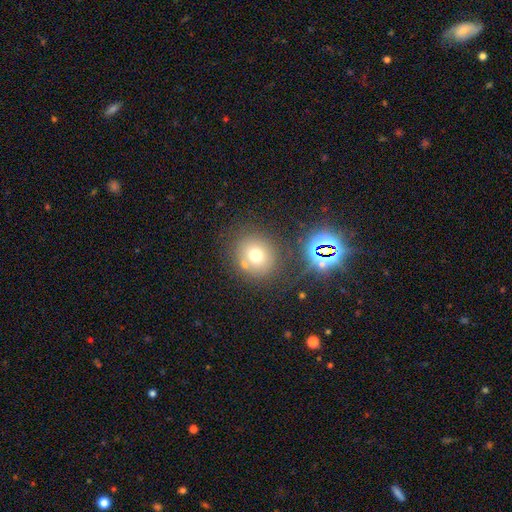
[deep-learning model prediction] Smooth or featured?
  - smooth: 67% *
  - star or artifact: 19%
  - featured or disk: 14%
How rounded?
  - round: 86% *
  - in between: 13%
  - cigar-shaped: 1%
Merging?
  - none: 73% *
  - merger: 11%
  - minor disturbance: 11%
  - major disturbance: 5%